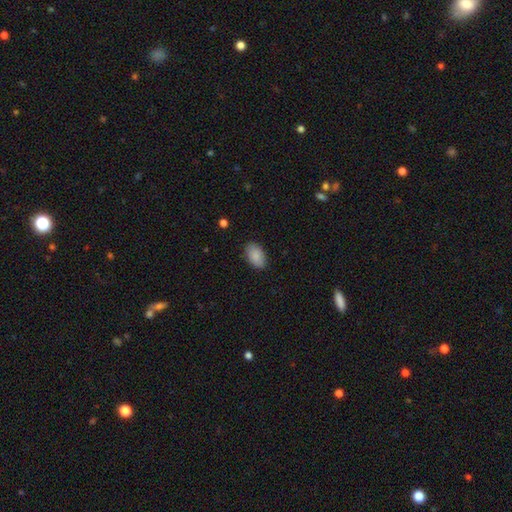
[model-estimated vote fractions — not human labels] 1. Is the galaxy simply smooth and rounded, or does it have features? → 88% smooth, 6% star or artifact, 5% featured or disk.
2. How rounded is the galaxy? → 93% in between, 6% round, 1% cigar-shaped.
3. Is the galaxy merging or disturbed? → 87% none, 10% minor disturbance, 2% major disturbance, 1% merger.